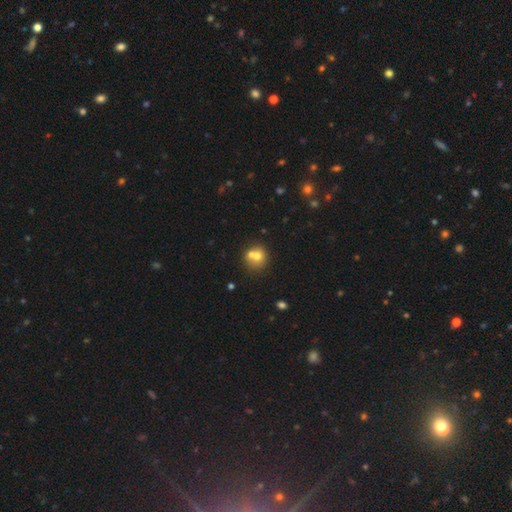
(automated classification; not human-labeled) Morphology: type=smooth (67%); roundness=round (80%); merging=merger (49%).